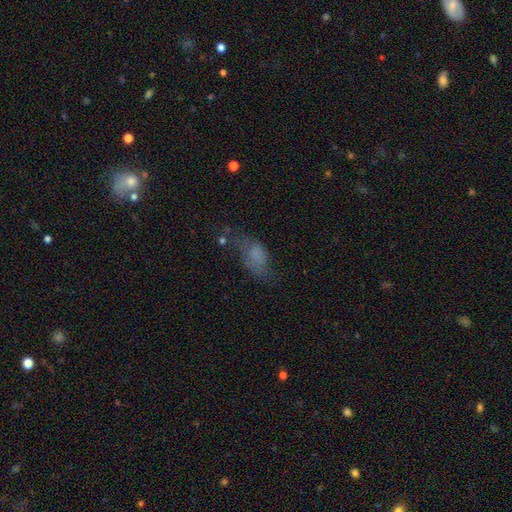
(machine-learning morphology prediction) Smooth or featured? Predicted: smooth (p=0.61). How rounded? Predicted: in between (p=0.84). Merging? Predicted: none (p=0.36).